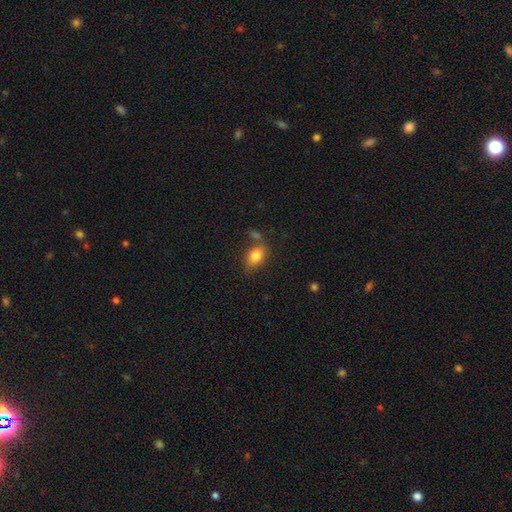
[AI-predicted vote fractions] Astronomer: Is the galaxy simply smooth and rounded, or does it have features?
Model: smooth — 83%.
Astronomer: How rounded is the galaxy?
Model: in between — 84%.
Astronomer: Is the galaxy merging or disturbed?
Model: none — 63%.